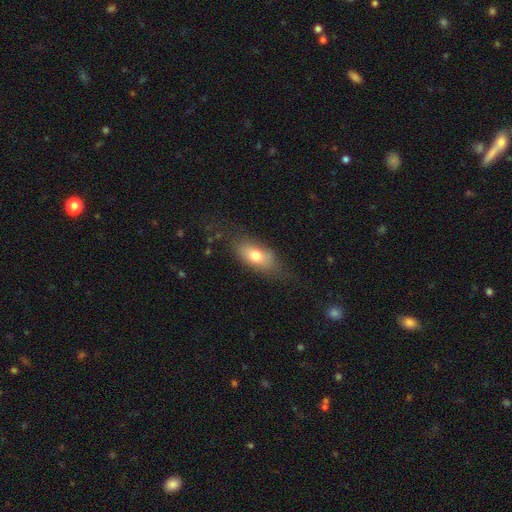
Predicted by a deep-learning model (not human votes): This is likely a smooth galaxy (71%). How rounded: clearly in between (83%). Merging: likely none (67%).